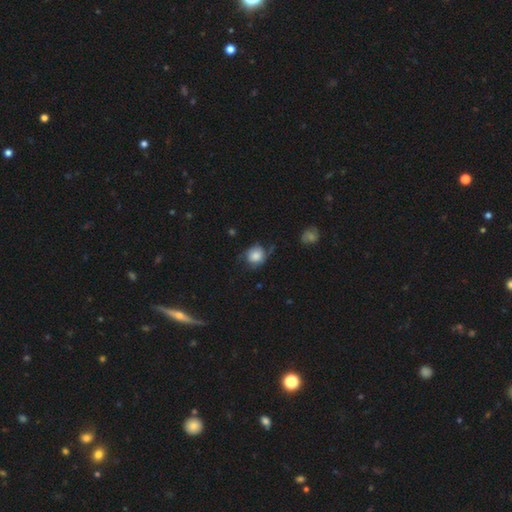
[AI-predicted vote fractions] A smooth galaxy with no disk features (69%) that is round (76%).

Vote fractions:
- Smooth or featured? smooth: 69% / featured or disk: 22% / star or artifact: 9%
- How rounded? round: 76% / in between: 23% / cigar-shaped: 1%
- Merging? none: 50% / minor disturbance: 31% / major disturbance: 16% / merger: 3%